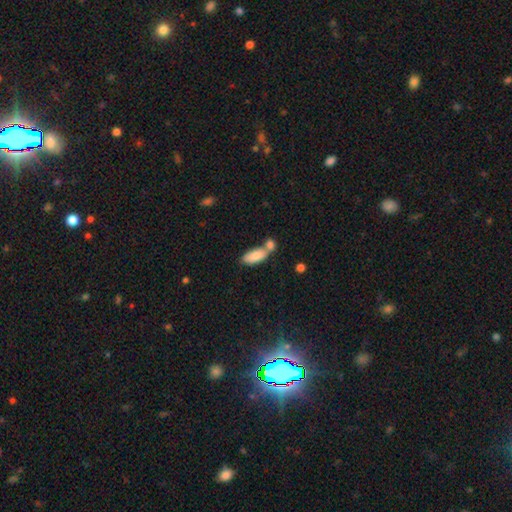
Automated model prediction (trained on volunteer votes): smooth-or-featured: smooth: 83% | featured or disk: 10% | star or artifact: 6%
  how-rounded: in between: 82% | cigar-shaped: 16% | round: 2%
  merging: merger: 44% | none: 40% | minor disturbance: 12% | major disturbance: 4%